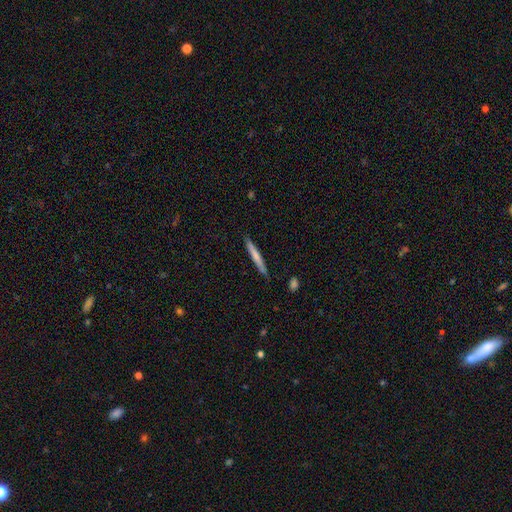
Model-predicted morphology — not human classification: smooth 63%, featured or disk 31%, star or artifact 6%. Down the decision tree: how rounded — cigar-shaped (96%); merging — none (87%).